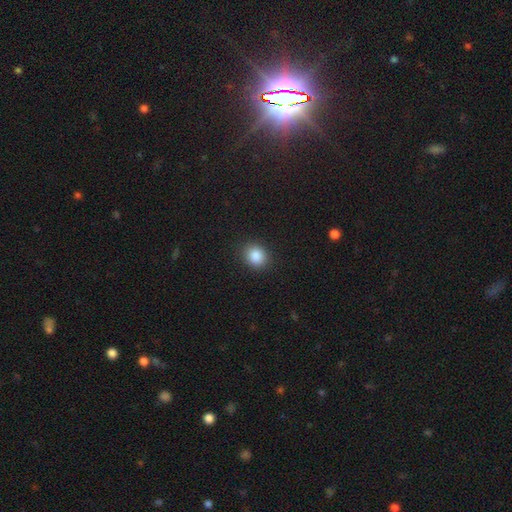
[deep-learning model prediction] A smooth galaxy with no disk features (87%) that is round (66%). Merging: none (88%).